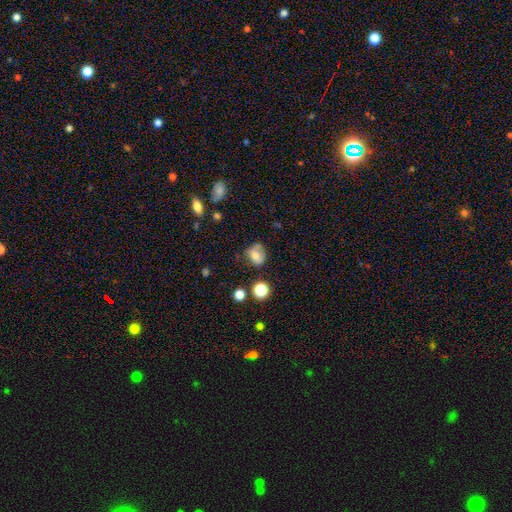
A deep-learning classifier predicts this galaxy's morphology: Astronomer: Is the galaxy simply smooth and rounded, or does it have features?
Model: smooth — 66%.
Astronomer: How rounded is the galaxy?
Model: round — 52% (runner-up: in between, 47%).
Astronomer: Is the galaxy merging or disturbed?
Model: none — 51% (runner-up: minor disturbance, 28%).